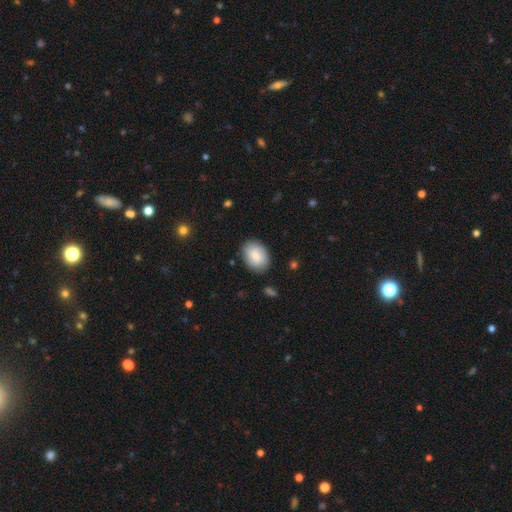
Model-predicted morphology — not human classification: Overall: smooth (83%). How rounded: in between (76%). Merging: none (84%).